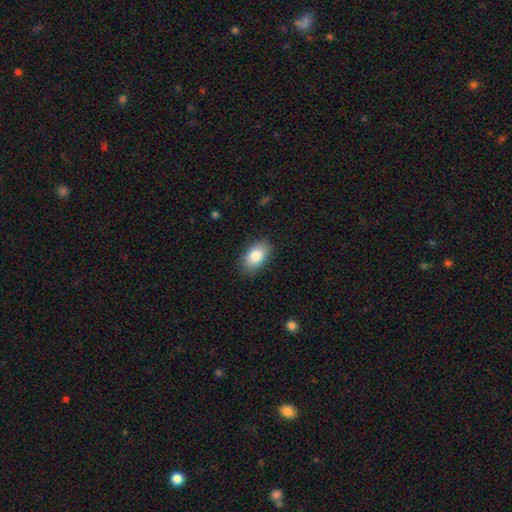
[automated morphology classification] smooth_or_featured: smooth (p=0.84) [alt: featured or disk p=0.09]
how_rounded: in between (p=0.91) [alt: round p=0.07]
merging: none (p=0.86) [alt: minor disturbance p=0.11]